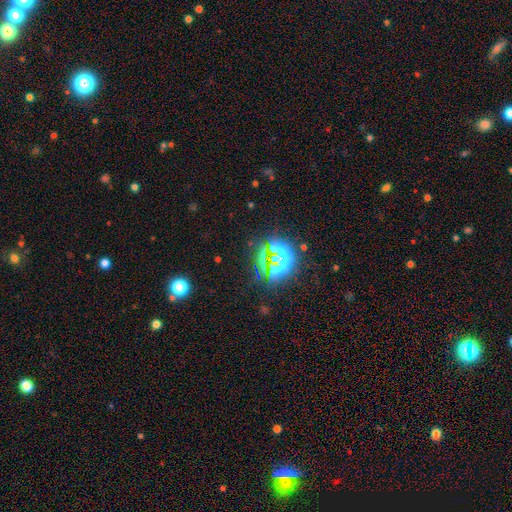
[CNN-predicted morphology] Smooth or featured? star or artifact (72%)